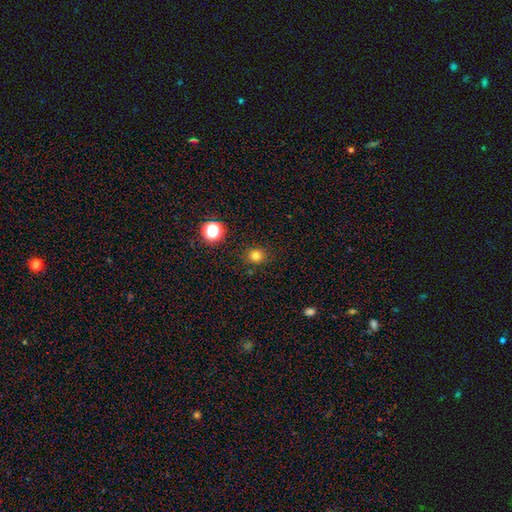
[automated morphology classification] Smooth or featured? Predicted: smooth (p=0.80). How rounded? Predicted: round (p=0.87). Merging? Predicted: none (p=0.88).